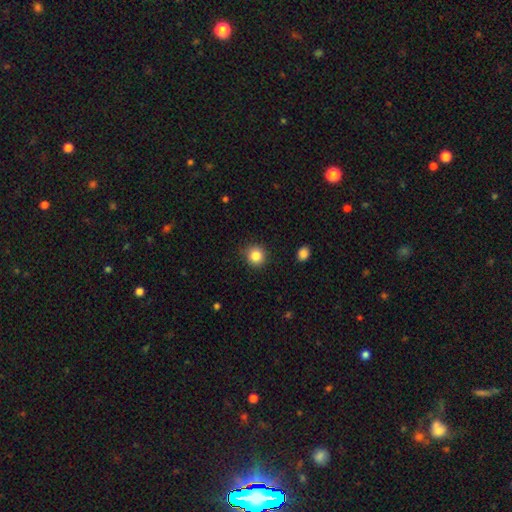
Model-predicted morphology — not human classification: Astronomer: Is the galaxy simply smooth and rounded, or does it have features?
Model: smooth — 85%.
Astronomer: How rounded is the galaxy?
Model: round — 91%.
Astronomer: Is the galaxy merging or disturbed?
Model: none — 87%.